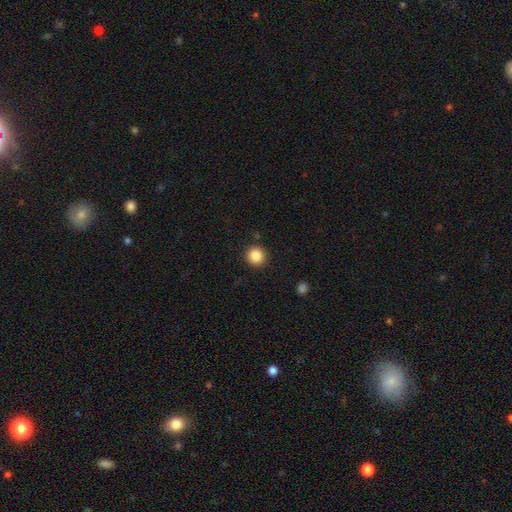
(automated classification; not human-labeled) This appears to be a smooth galaxy with no disk features (86%) that is round (95%). Merging: none (92%).